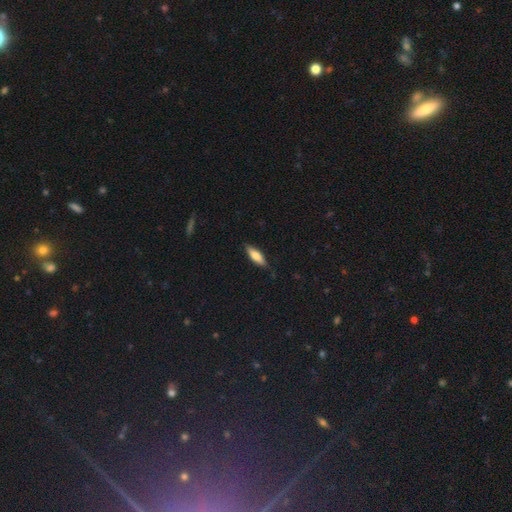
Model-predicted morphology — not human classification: Smooth or featured? smooth (66%)
How rounded? cigar-shaped (50%)
Merging? none (85%)